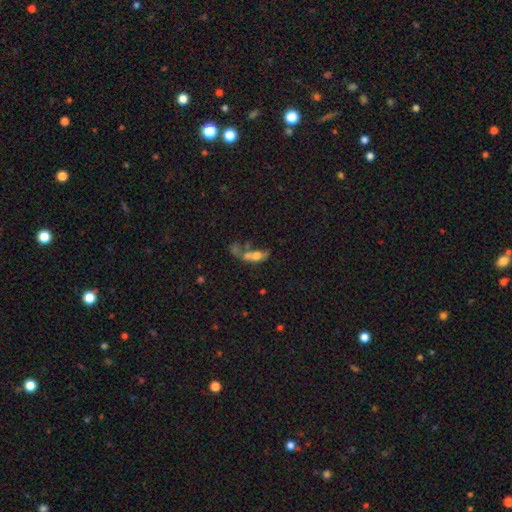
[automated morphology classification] Q: Smooth or featured?
A: smooth (56%); runner-up: featured or disk (32%)
Q: How rounded?
A: in between (71%); runner-up: cigar-shaped (18%)
Q: Merging?
A: merger (50%); runner-up: major disturbance (20%)